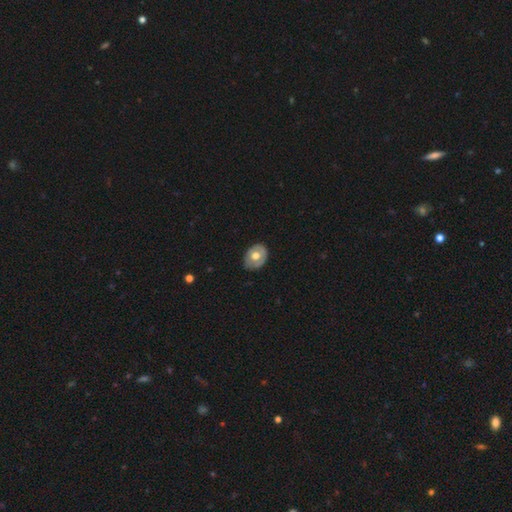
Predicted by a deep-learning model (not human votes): smooth-or-featured: smooth: 53% | featured or disk: 41% | star or artifact: 6%
  how-rounded: in between: 56% | round: 43% | cigar-shaped: 1%
  merging: none: 75% | minor disturbance: 19% | major disturbance: 4% | merger: 1%